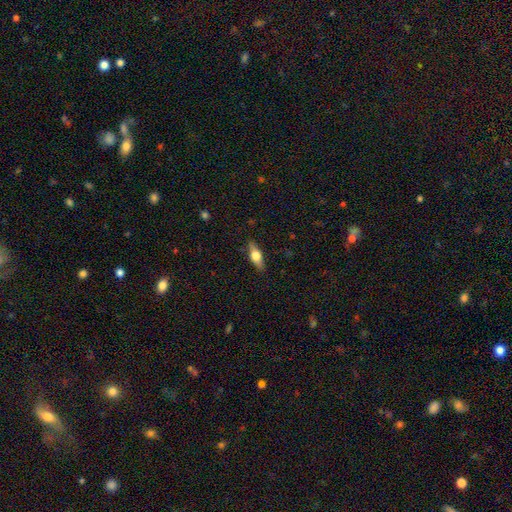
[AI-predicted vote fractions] The model was most divided on "smooth or featured": smooth: 50%, featured or disk: 43%, star or artifact: 7%. More confident: merging — none (86%); how rounded — in between (59%).